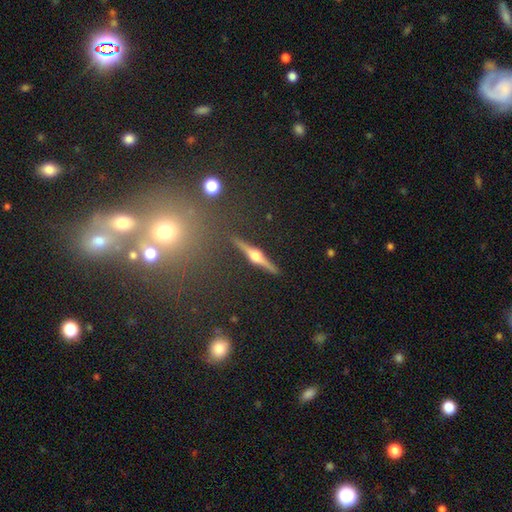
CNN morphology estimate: smooth-or-featured: featured or disk: 81% | smooth: 13% | star or artifact: 7%
  disk-edge-on: yes: 97% | no: 3%
    edge-on-bulge: rounded: 94% | boxy: 4% | none: 2%
  merging: none: 89% | minor disturbance: 7% | major disturbance: 2% | merger: 2%